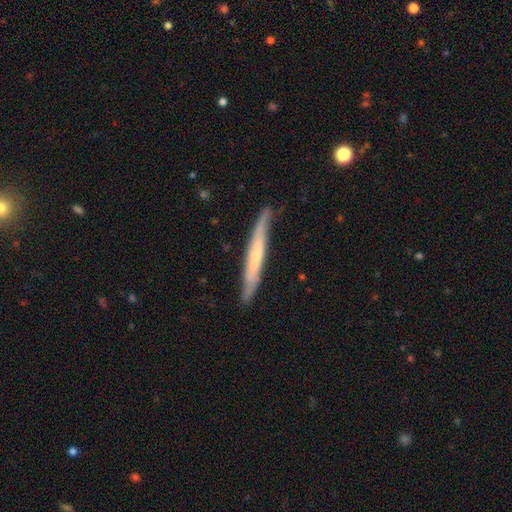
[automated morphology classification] This appears to be a featured or disk galaxy (54%) viewed edge-on (88%). Merging: none (79%).